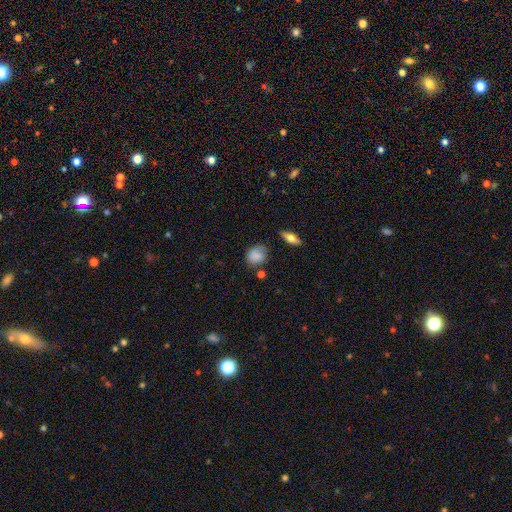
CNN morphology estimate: smooth-or-featured: smooth: 77% | featured or disk: 14% | star or artifact: 9%
  how-rounded: round: 54% | in between: 44% | cigar-shaped: 2%
  merging: none: 60% | minor disturbance: 29% | major disturbance: 7% | merger: 4%